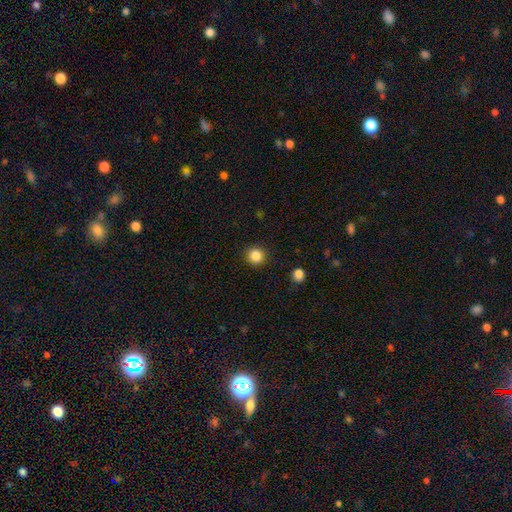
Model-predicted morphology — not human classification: Smooth or featured? Predicted: smooth (p=0.86). How rounded? Predicted: round (p=0.93). Merging? Predicted: none (p=0.90).